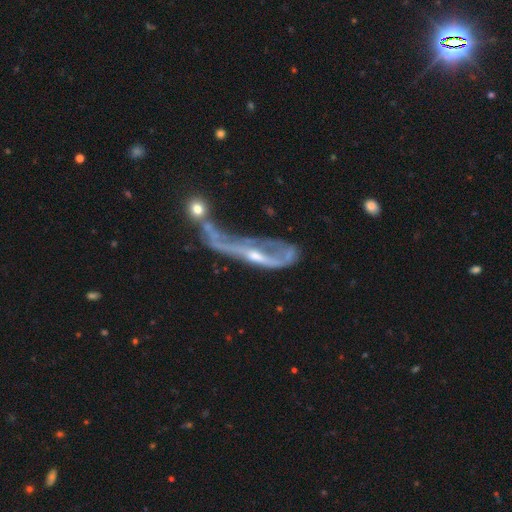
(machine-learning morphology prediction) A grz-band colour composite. It shows a featured or disk galaxy (74%). Merging: major disturbance (43%).